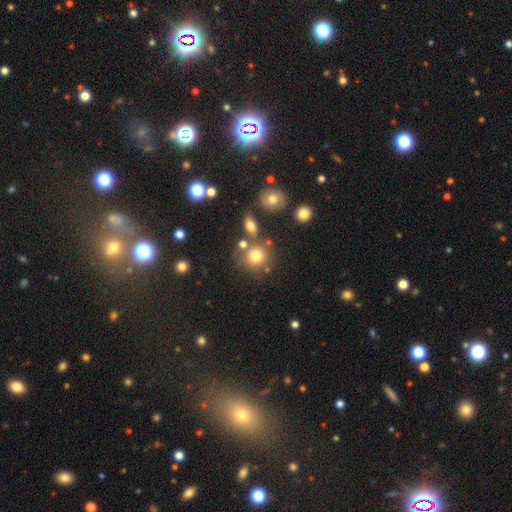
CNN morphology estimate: This is likely a smooth galaxy (76%). How rounded: clearly round (87%). Merging: likely none (66%).